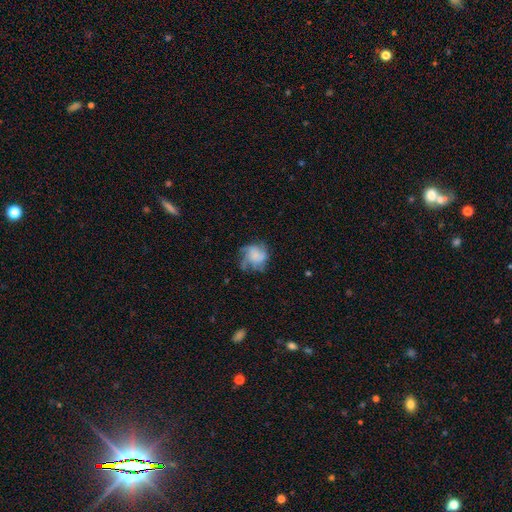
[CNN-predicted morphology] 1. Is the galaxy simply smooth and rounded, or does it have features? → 52% featured or disk, 37% smooth, 11% star or artifact.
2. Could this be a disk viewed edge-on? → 98% no, 2% yes.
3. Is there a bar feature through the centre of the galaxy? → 81% no, 16% weak, 3% strong.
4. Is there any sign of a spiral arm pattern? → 82% yes, 18% no.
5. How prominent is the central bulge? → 44% none, 27% small, 16% moderate, 10% large, 3% dominant.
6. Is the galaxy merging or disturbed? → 54% none, 24% minor disturbance, 20% major disturbance, 2% merger.